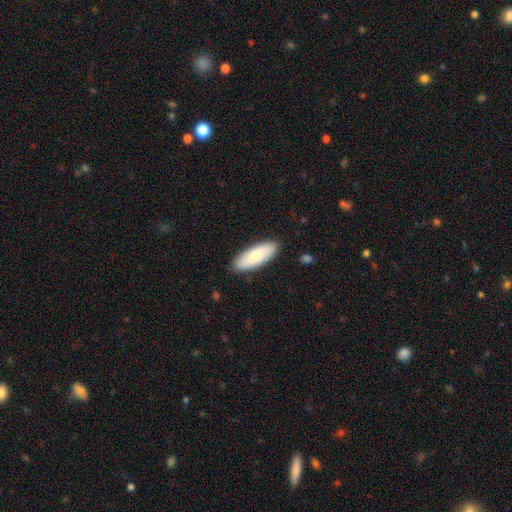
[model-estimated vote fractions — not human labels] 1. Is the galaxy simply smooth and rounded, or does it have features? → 76% smooth, 19% featured or disk, 5% star or artifact.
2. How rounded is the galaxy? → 75% in between, 23% cigar-shaped, 2% round.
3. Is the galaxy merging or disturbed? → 89% none, 8% minor disturbance, 2% major disturbance, 1% merger.